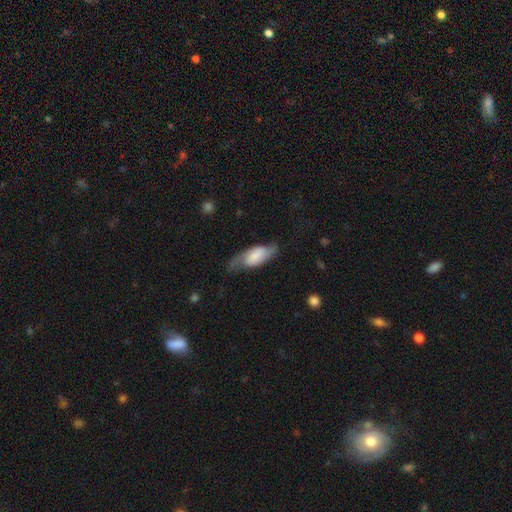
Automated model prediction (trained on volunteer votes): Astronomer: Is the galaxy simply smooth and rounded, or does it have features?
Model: featured or disk — 58% (runner-up: smooth, 36%).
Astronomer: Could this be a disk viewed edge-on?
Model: no — 88%.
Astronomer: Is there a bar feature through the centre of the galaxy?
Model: weak — 42% (runner-up: no, 32%).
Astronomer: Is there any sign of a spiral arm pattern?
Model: yes — 89%.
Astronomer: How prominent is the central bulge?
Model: small — 29% (runner-up: moderate, 26%).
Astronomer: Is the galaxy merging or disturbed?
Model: none — 60%.